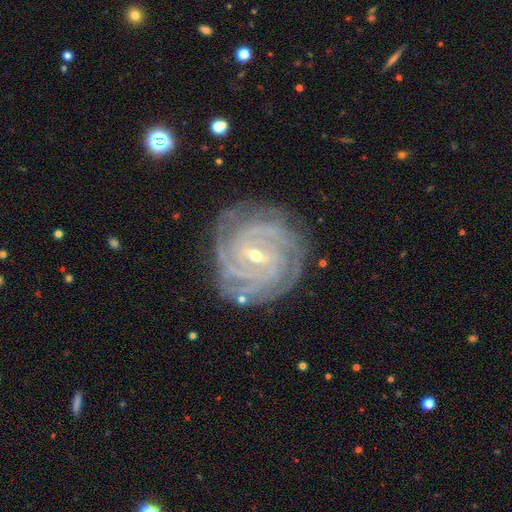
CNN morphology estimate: Overall: featured or disk (91%). Edge-on disk: no (97%). Bar: weak (51%; strong 26%). Spiral arms: yes (98%). Spiral arm count: 4 (35%; 3 18%). Spiral winding: tight (85%). Bulge size: small (63%; moderate 34%). Merging: none (81%).